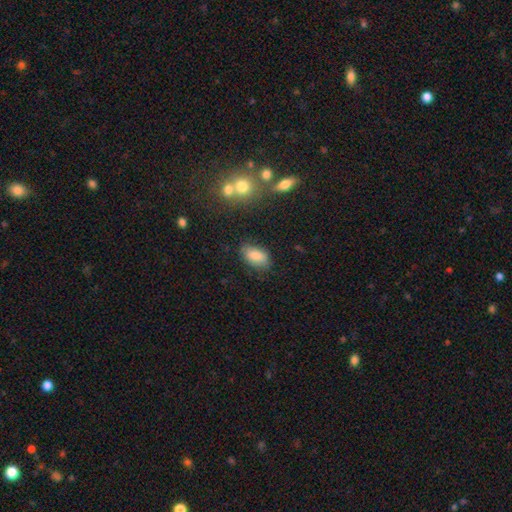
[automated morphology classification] Smooth or featured: smooth — 83% (featured or disk — 9%)
How rounded: in between — 92% (round — 5%)
Merging: none — 76% (minor disturbance — 17%)